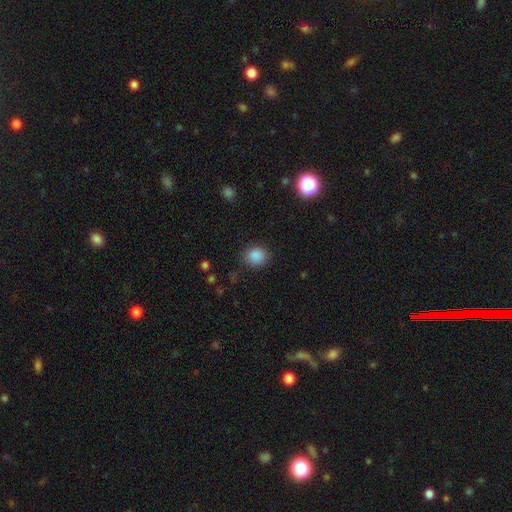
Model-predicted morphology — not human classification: A smooth galaxy with no disk features (87%) that is round (75%). Merging: none (86%).